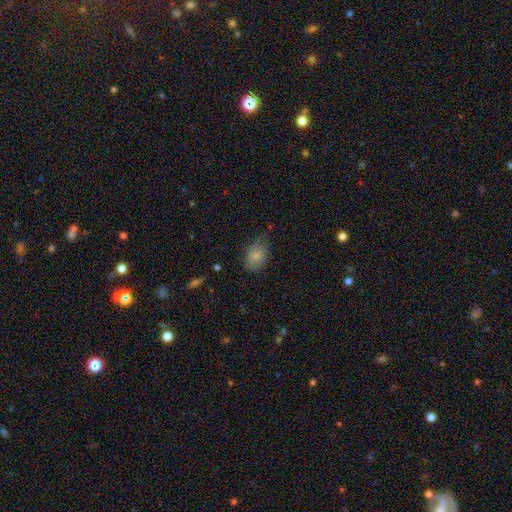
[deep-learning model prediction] Smooth or featured?
  - smooth: 78% *
  - featured or disk: 14%
  - star or artifact: 8%
How rounded?
  - in between: 77% *
  - round: 21%
  - cigar-shaped: 1%
Merging?
  - none: 54% *
  - minor disturbance: 34%
  - major disturbance: 11%
  - merger: 2%